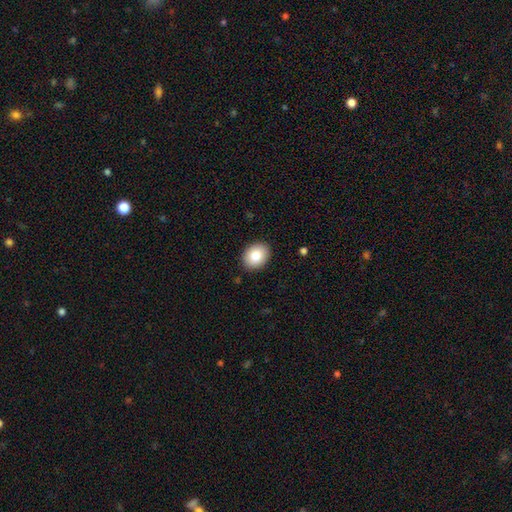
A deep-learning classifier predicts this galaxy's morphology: Smooth or featured?
  - smooth: 84% *
  - featured or disk: 8%
  - star or artifact: 8%
How rounded?
  - in between: 60% *
  - round: 39%
  - cigar-shaped: 1%
Merging?
  - none: 89% *
  - minor disturbance: 8%
  - major disturbance: 2%
  - merger: 1%